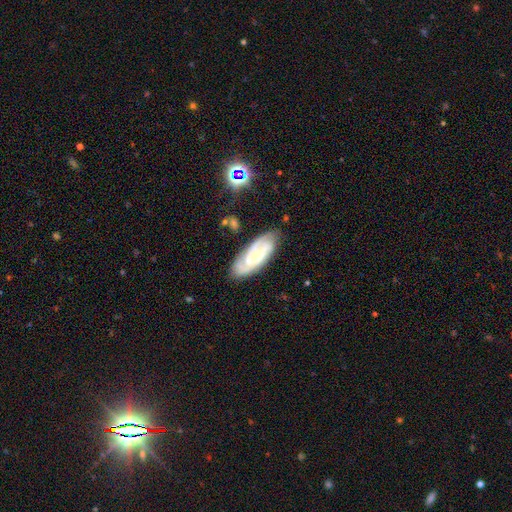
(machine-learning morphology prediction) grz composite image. It shows a featured or disk galaxy (78%) with no bar (63%), 2 (39%) tight (62%) spiral arms (94%) and a small central bulge (63%). Merging: none (75%).